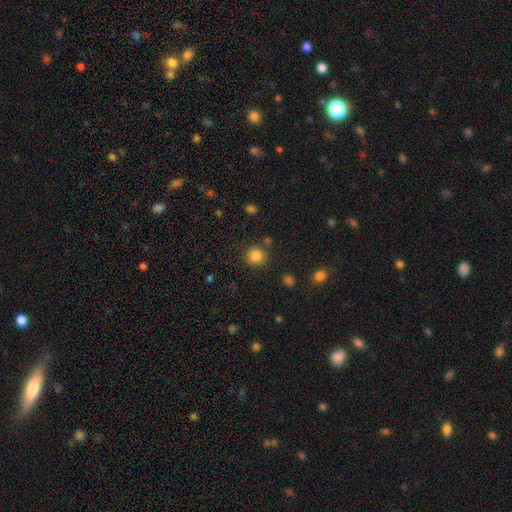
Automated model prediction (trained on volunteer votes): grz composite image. It shows a smooth galaxy with no disk features (84%) that is round (89%). Merging: none (84%).